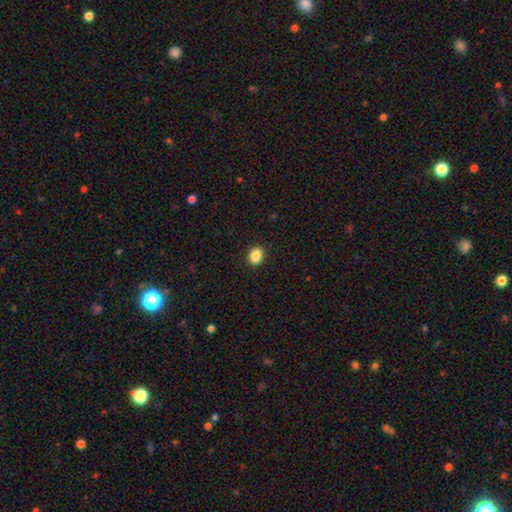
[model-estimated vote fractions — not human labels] Overall: smooth (87%). How rounded: in between (50%; round 49%). Merging: none (91%).